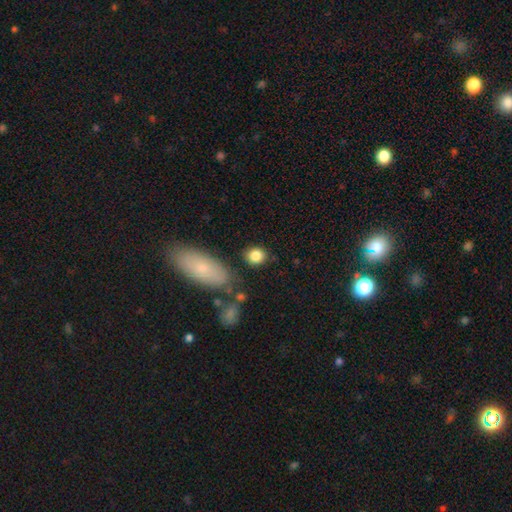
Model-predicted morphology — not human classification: Q: Smooth or featured?
A: smooth (85%); runner-up: star or artifact (8%)
Q: How rounded?
A: round (66%); runner-up: in between (32%)
Q: Merging?
A: none (81%); runner-up: minor disturbance (11%)